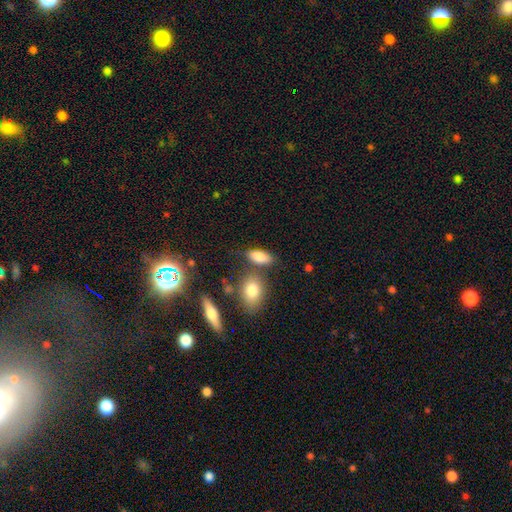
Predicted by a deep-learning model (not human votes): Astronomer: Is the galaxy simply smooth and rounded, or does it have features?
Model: smooth — 75%.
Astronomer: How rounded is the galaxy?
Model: in between — 82%.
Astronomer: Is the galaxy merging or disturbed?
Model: none — 72%.